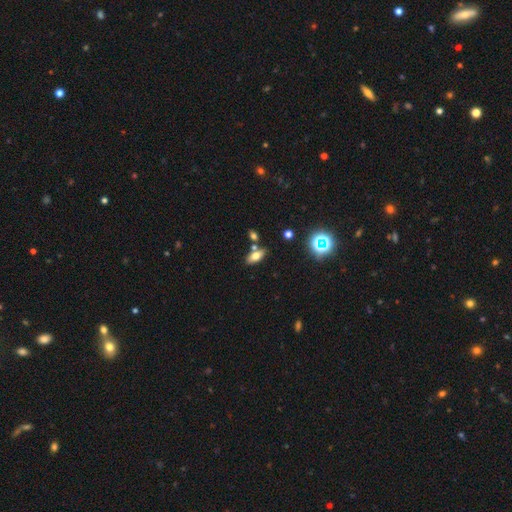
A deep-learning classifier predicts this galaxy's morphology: Smooth or featured? Predicted: smooth (p=0.66). How rounded? Predicted: in between (p=0.81). Merging? Predicted: none (p=0.69).